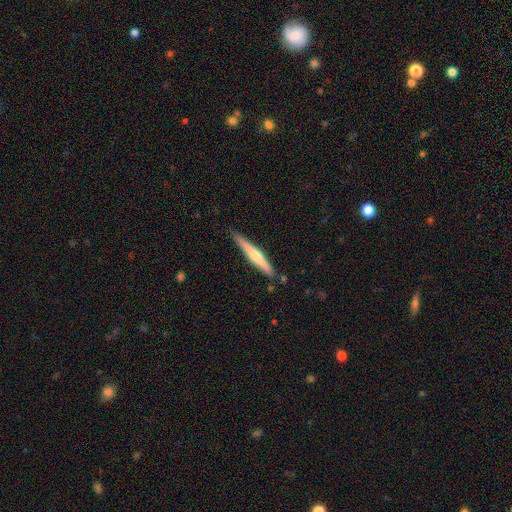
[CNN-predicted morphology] This appears to be a featured or disk galaxy (51%) viewed edge-on (97%). Merging: none (84%).